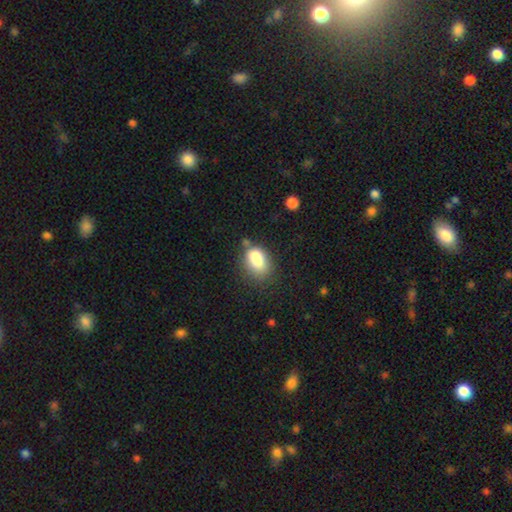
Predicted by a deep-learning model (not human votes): Smooth or featured?
  - smooth: 83% *
  - star or artifact: 9%
  - featured or disk: 8%
How rounded?
  - in between: 86% *
  - round: 13%
  - cigar-shaped: 2%
Merging?
  - none: 53% *
  - minor disturbance: 27%
  - merger: 11%
  - major disturbance: 10%